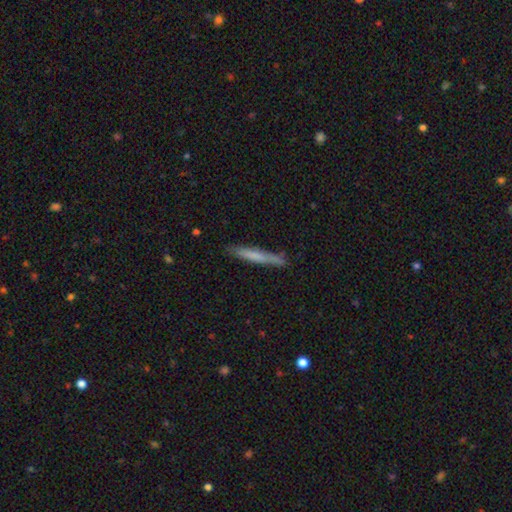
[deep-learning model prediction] Smooth or featured? Predicted: smooth (p=0.63). How rounded? Predicted: cigar-shaped (p=0.96). Merging? Predicted: none (p=0.85).